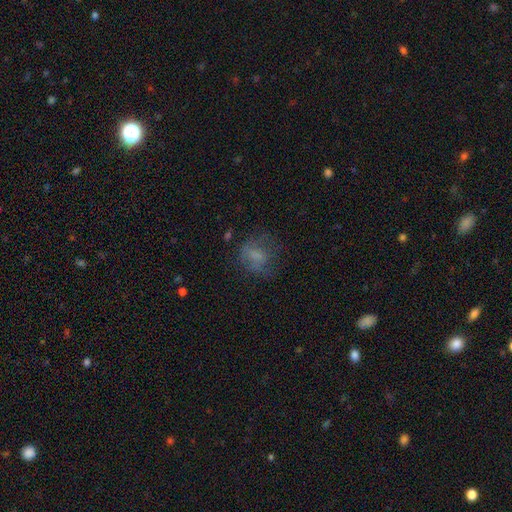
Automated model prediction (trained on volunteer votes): The model was most divided on "how rounded": round: 59%, in between: 40%, cigar-shaped: 2%. More confident: smooth or featured — smooth (60%); merging — none (53%).